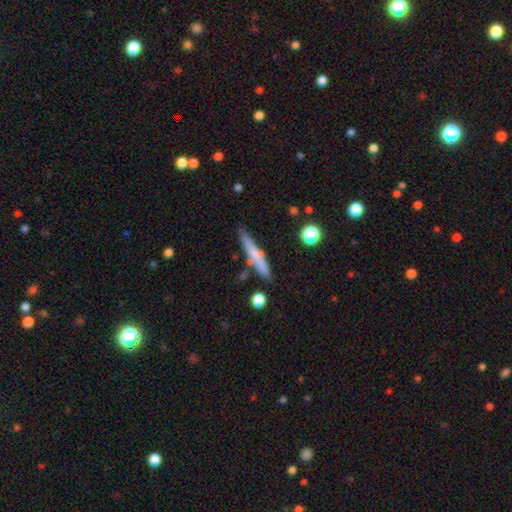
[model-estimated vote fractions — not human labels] This is possibly a smooth galaxy (58%). How rounded: clearly cigar-shaped (92%). Merging: likely none (75%).